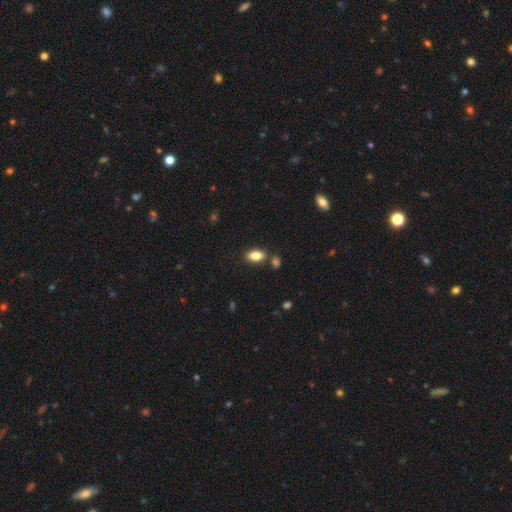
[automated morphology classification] A smooth galaxy with no disk features (84%) that is in between round and cigar-shaped (91%). Merging: none (78%).